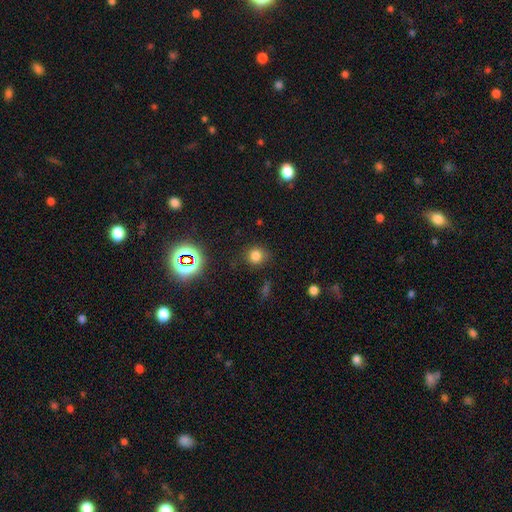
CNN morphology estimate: Smooth or featured: smooth — 76% (star or artifact — 18%)
How rounded: round — 88% (in between — 11%)
Merging: none — 84% (minor disturbance — 11%)